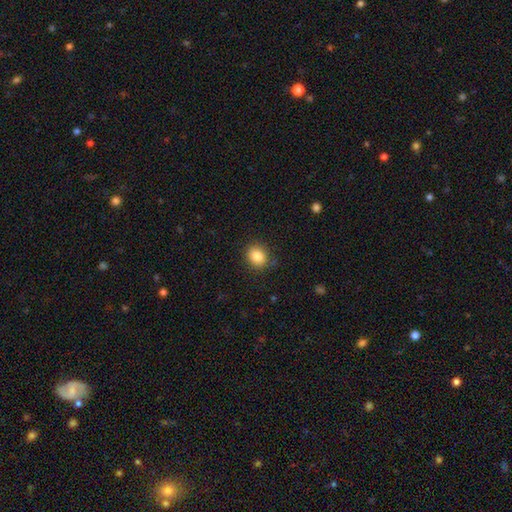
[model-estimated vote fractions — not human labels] The model was most divided on "how rounded": round: 54%, in between: 45%, cigar-shaped: 1%. More confident: smooth or featured — smooth (85%); merging — none (84%).